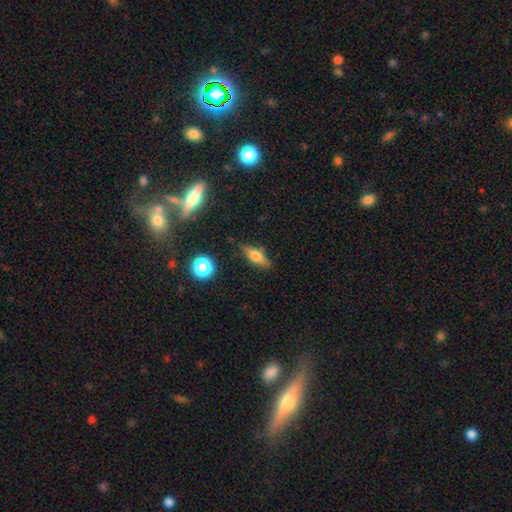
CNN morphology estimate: Smooth or featured: smooth — 52% (featured or disk — 38%)
How rounded: in between — 56% (cigar-shaped — 37%)
Merging: none — 80% (minor disturbance — 14%)